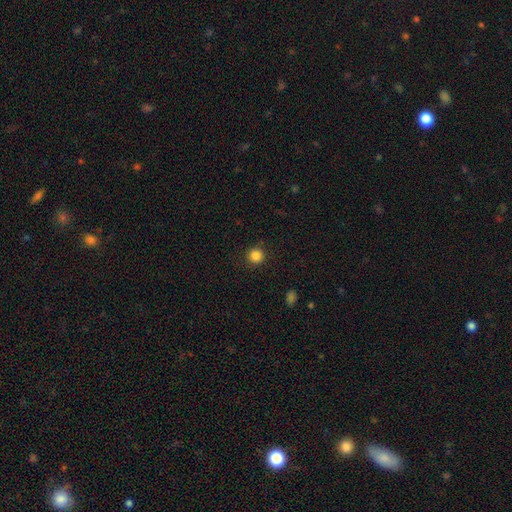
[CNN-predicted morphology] Smooth or featured? Predicted: smooth (p=0.85). How rounded? Predicted: round (p=0.95). Merging? Predicted: none (p=0.91).